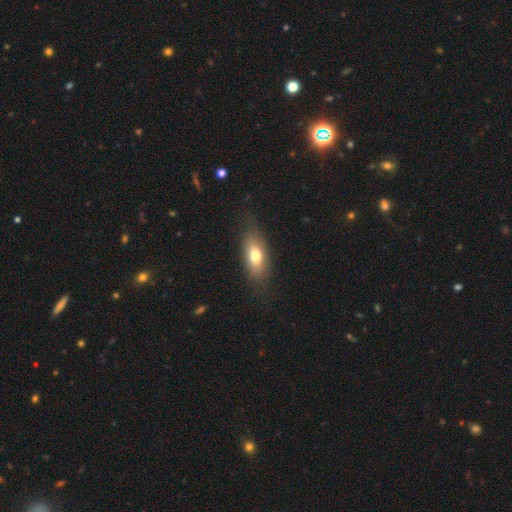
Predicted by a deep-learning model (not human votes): Morphology: type=smooth (72%); roundness=in between (80%); merging=none (76%).